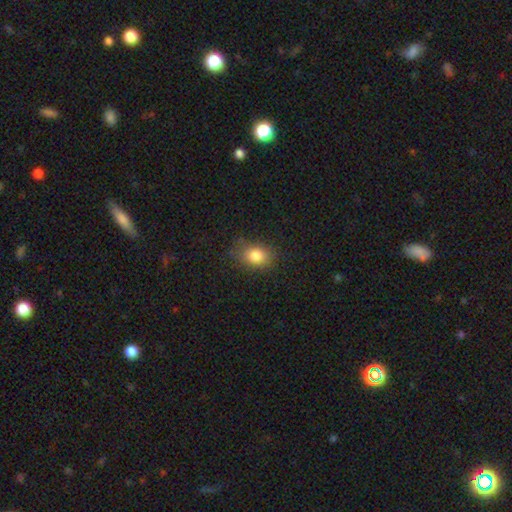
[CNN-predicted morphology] This is clearly a smooth galaxy (82%). How rounded: possibly in between (60%). Merging: likely none (74%).